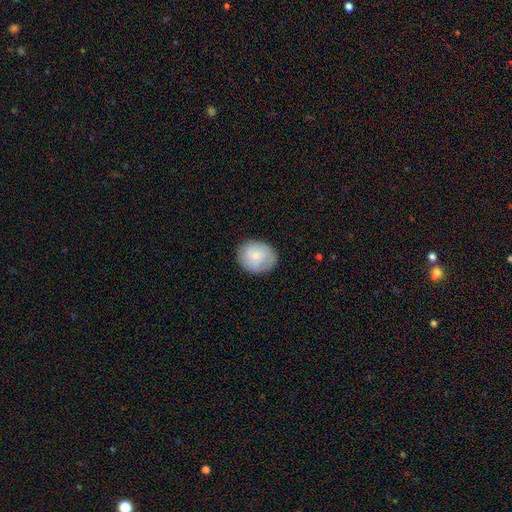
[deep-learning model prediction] A smooth galaxy with no disk features (79%) that is round (60%).

Vote fractions:
- Smooth or featured? smooth: 79% / featured or disk: 15% / star or artifact: 7%
- How rounded? round: 60% / in between: 39% / cigar-shaped: 1%
- Merging? none: 80% / minor disturbance: 15% / major disturbance: 4% / merger: 1%